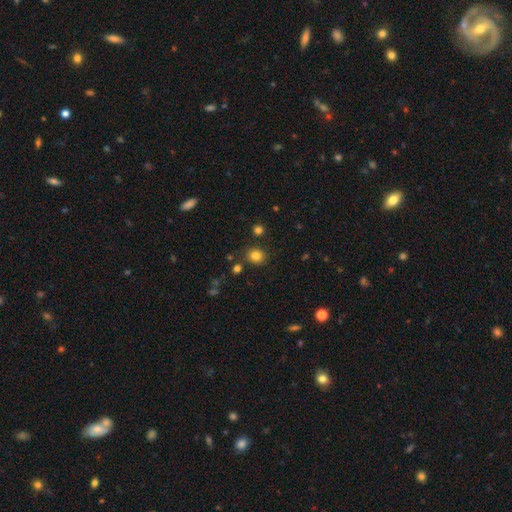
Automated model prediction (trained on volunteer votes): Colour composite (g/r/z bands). It shows a smooth galaxy with no disk features (81%) that is round (75%). Merging: none (84%).